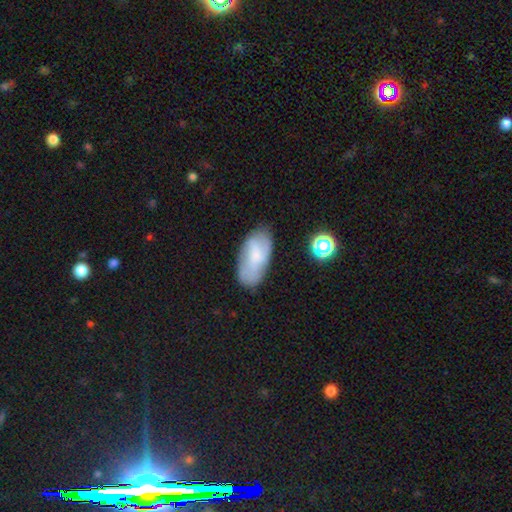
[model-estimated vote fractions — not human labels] The model was most divided on "smooth or featured": smooth: 56%, featured or disk: 36%, star or artifact: 8%. More confident: how rounded — in between (92%); merging — none (70%).